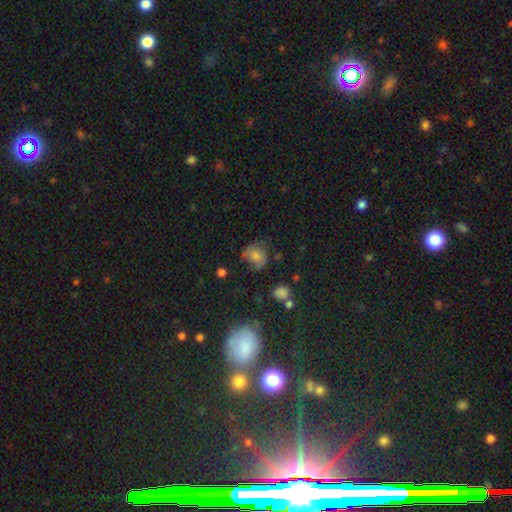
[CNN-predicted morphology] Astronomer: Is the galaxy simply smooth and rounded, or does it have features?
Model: smooth — 56%.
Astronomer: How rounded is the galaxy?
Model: round — 64%.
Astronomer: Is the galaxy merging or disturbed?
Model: none — 51% (runner-up: minor disturbance, 29%).